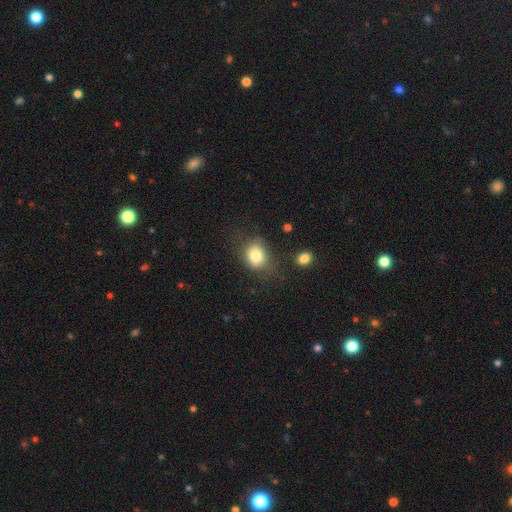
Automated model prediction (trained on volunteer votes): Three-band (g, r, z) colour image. It shows a smooth galaxy with no disk features (80%) that is round (53%). Merging: none (61%).